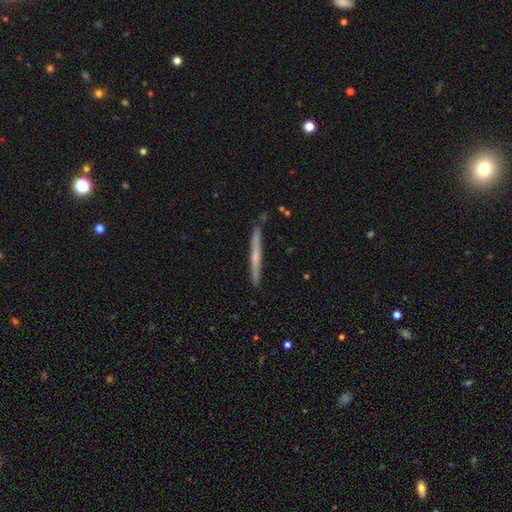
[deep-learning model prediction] Smooth or featured?
  - featured or disk: 57% *
  - smooth: 37%
  - star or artifact: 6%
Edge-on disk?
  - yes: 97% *
  - no: 3%
Edge-on bulge?
  - none: 56% *
  - rounded: 39%
  - boxy: 5%
Merging?
  - none: 89% *
  - minor disturbance: 8%
  - merger: 2%
  - major disturbance: 1%